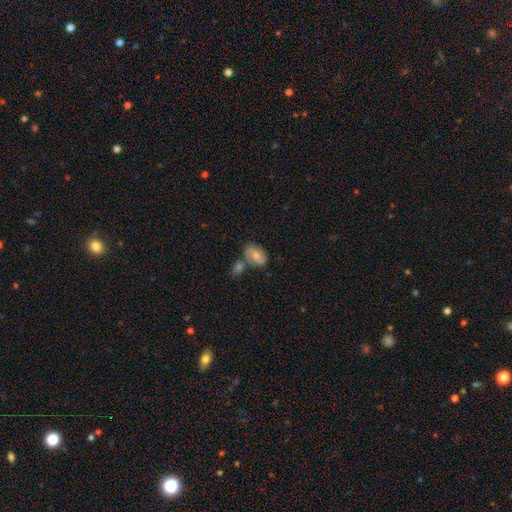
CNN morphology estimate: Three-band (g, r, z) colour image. It shows a smooth galaxy with no disk features (61%) that is in between round and cigar-shaped (87%). Merging: none (48%).